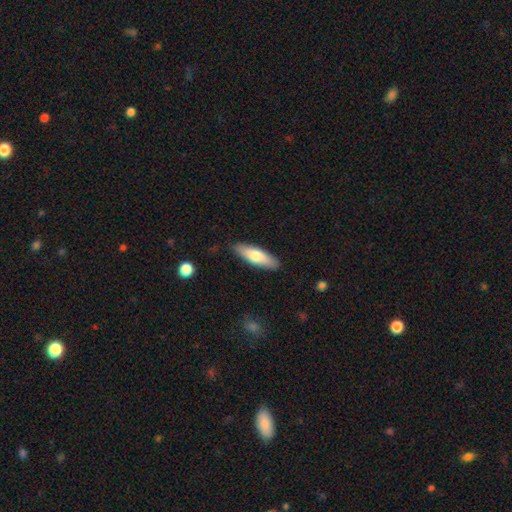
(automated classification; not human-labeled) This appears to be a smooth galaxy with no disk features (70%) that is cigar-shaped (53%). Merging: none (87%).